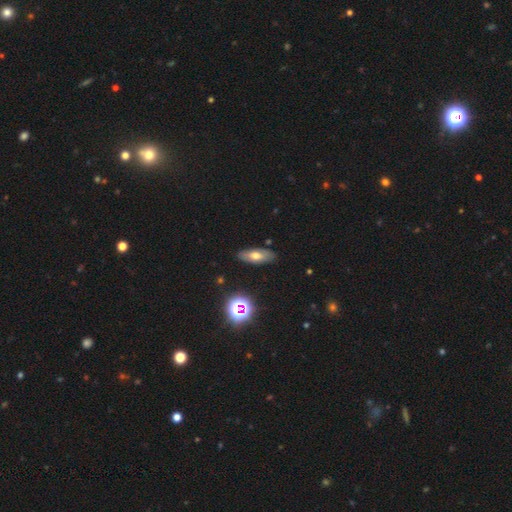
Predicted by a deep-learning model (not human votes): smooth_or_featured: smooth (p=0.54) [alt: featured or disk p=0.34]
how_rounded: in between (p=0.76) [alt: cigar-shaped p=0.20]
merging: none (p=0.85) [alt: minor disturbance p=0.11]